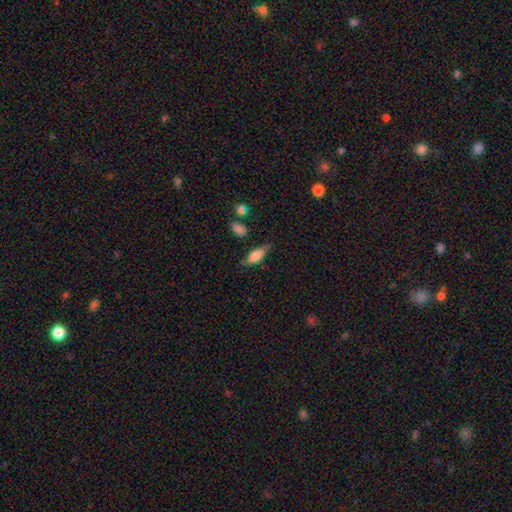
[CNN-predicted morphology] smooth 66%, featured or disk 26%, star or artifact 8%. Down the decision tree: how rounded — in between (70%); merging — none (65%).